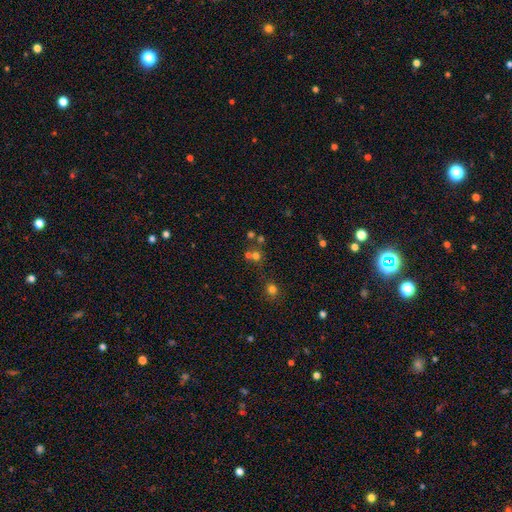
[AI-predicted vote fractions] smooth-or-featured: smooth: 58% | star or artifact: 29% | featured or disk: 13%
  how-rounded: round: 87% | in between: 12% | cigar-shaped: 1%
  merging: none: 57% | merger: 31% | minor disturbance: 7% | major disturbance: 4%